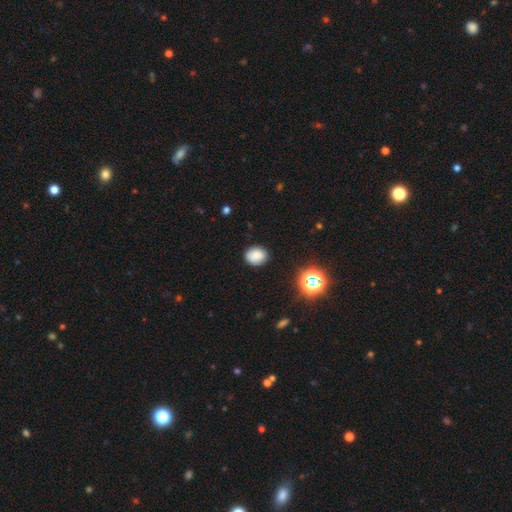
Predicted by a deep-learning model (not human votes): smooth 83%, star or artifact 12%, featured or disk 5%. Down the decision tree: how rounded — round (51%); merging — none (86%).